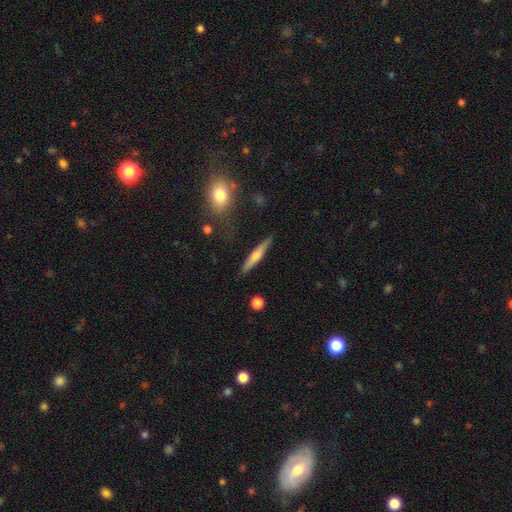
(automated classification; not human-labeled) Smooth or featured? smooth (52%)
How rounded? cigar-shaped (91%)
Merging? none (86%)